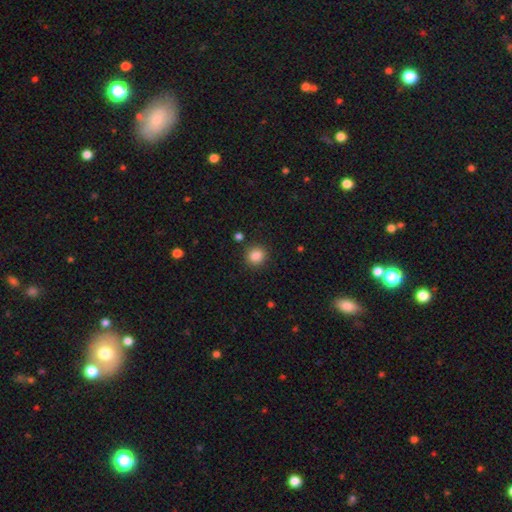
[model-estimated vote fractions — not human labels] smooth-or-featured: smooth: 86% | star or artifact: 10% | featured or disk: 3%
  how-rounded: round: 84% | in between: 15% | cigar-shaped: 1%
  merging: none: 87% | minor disturbance: 7% | major disturbance: 3% | merger: 2%